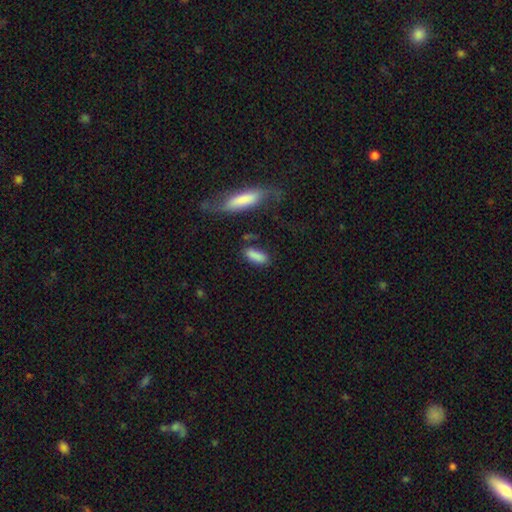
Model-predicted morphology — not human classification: Smooth or featured: smooth — 86% (featured or disk — 7%)
How rounded: in between — 62% (cigar-shaped — 36%)
Merging: none — 69% (minor disturbance — 17%)